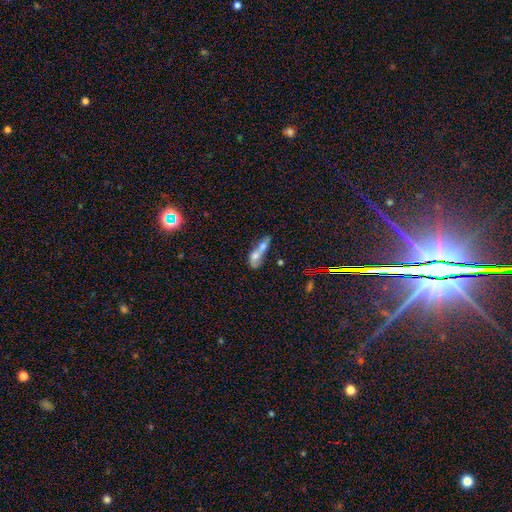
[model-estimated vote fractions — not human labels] Smooth or featured? smooth (56%)
How rounded? in between (57%)
Merging? merger (67%)